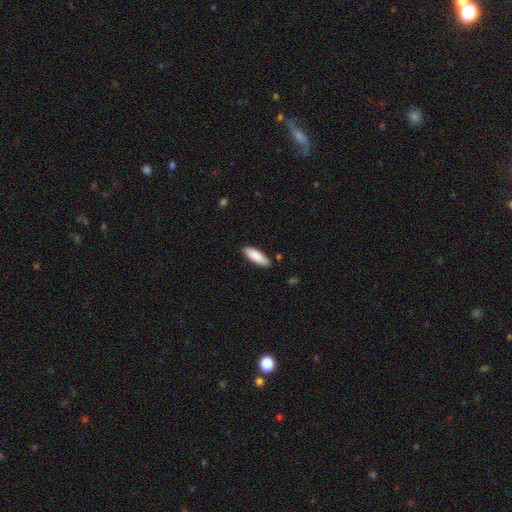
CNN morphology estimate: The model was most divided on "how rounded": in between: 60%, cigar-shaped: 39%, round: 1%. More confident: smooth or featured — smooth (88%); merging — none (86%).